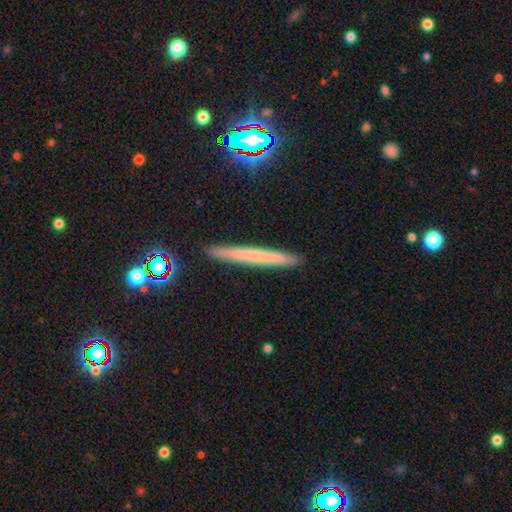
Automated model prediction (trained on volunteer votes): Morphology: type=smooth (52%); roundness=cigar-shaped (97%); merging=none (91%).